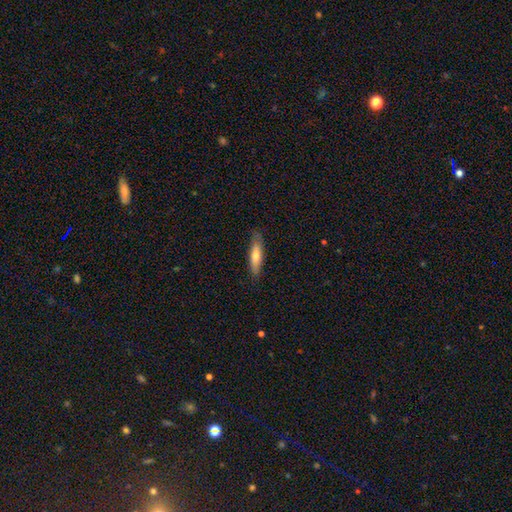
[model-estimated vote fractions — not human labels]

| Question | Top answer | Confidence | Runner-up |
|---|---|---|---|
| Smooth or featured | smooth | 64% | featured or disk (30%) |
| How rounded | cigar-shaped | 75% | in between (23%) |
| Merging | none | 83% | minor disturbance (14%) |